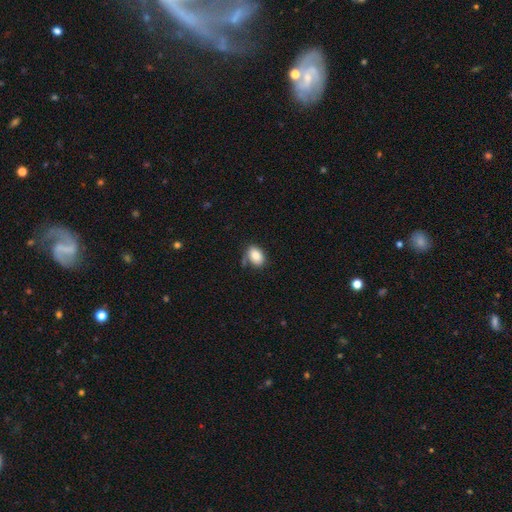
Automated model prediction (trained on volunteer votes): The model was most divided on "merging": none: 71%, minor disturbance: 18%, merger: 6%, major disturbance: 5%. More confident: smooth or featured — smooth (85%); how rounded — in between (85%).